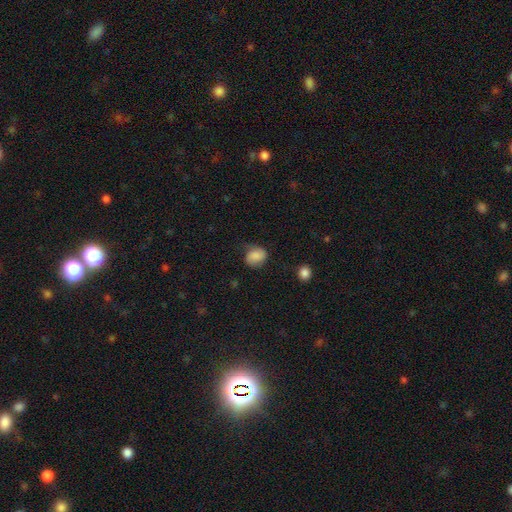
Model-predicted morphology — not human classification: Q: Smooth or featured?
A: smooth (76%); runner-up: featured or disk (15%)
Q: How rounded?
A: round (56%); runner-up: in between (43%)
Q: Merging?
A: none (55%); runner-up: minor disturbance (30%)